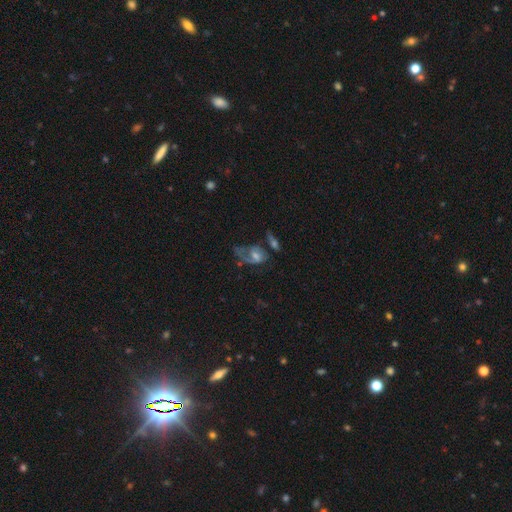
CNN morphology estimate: Smooth or featured? featured or disk (58%)
Edge-on disk? no (95%)
Bar? no (67%)
Spiral arms? yes (64%)
Bulge size? moderate (45%)
Merging? major disturbance (37%)